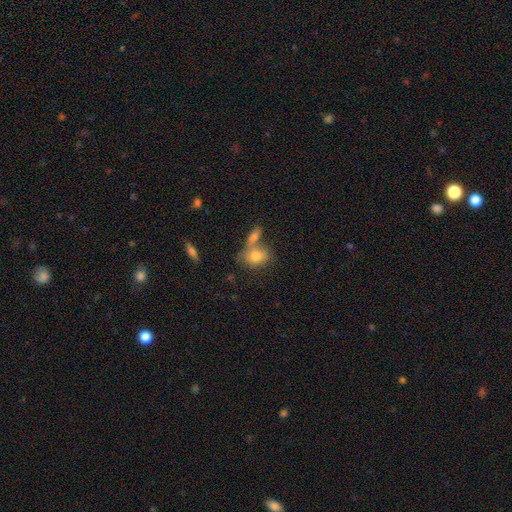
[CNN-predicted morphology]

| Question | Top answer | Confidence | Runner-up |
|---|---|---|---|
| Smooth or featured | smooth | 75% | featured or disk (17%) |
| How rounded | in between | 72% | round (26%) |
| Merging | merger | 46% | none (36%) |